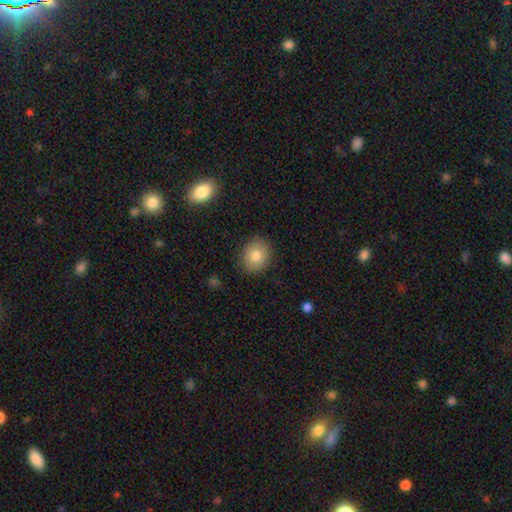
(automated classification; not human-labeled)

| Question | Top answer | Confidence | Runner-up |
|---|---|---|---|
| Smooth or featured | smooth | 81% | featured or disk (10%) |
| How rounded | round | 64% | in between (35%) |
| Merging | none | 87% | minor disturbance (9%) |